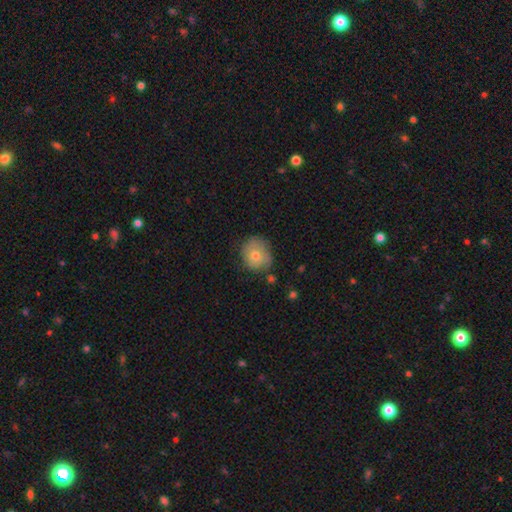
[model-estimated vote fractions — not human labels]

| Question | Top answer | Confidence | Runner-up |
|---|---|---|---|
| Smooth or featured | smooth | 73% | featured or disk (18%) |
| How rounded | round | 80% | in between (19%) |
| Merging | none | 68% | minor disturbance (24%) |